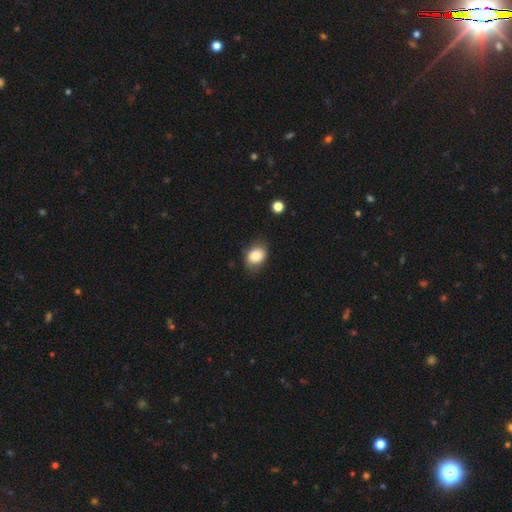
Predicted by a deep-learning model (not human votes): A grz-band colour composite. It shows a smooth galaxy with no disk features (81%) that is in between round and cigar-shaped (63%). Merging: none (71%).